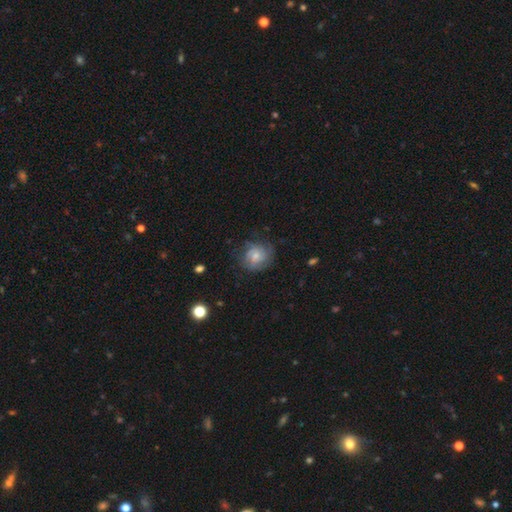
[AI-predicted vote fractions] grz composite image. It shows a featured or disk galaxy (57%) with no bar (66%), spiral arms (86%) and a small central bulge (48%). Merging: none (68%).